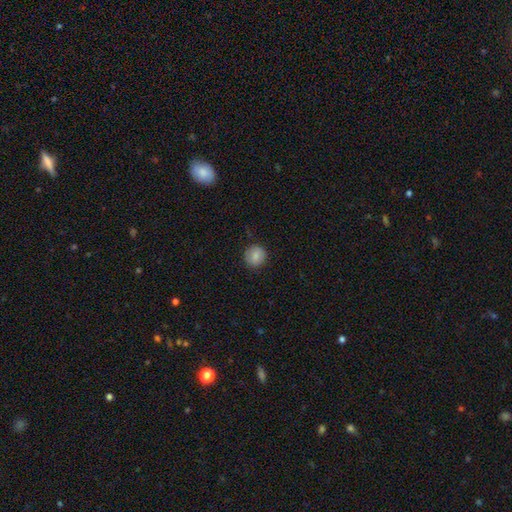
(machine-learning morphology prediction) This is clearly a smooth galaxy (85%). How rounded: clearly round (90%). Merging: clearly none (88%).